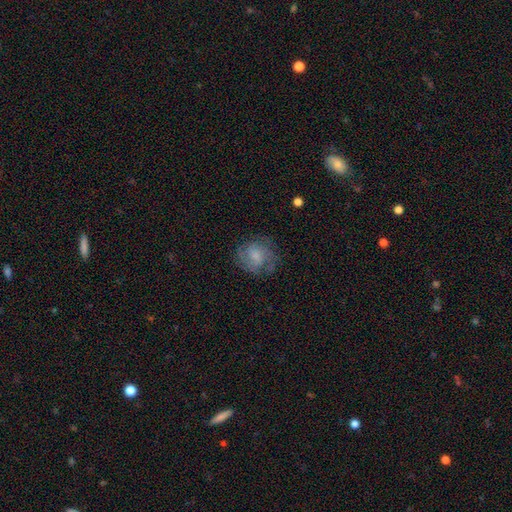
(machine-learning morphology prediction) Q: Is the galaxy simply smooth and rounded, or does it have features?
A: smooth — 51%.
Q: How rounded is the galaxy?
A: round — 75%.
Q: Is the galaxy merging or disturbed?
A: none — 66%.